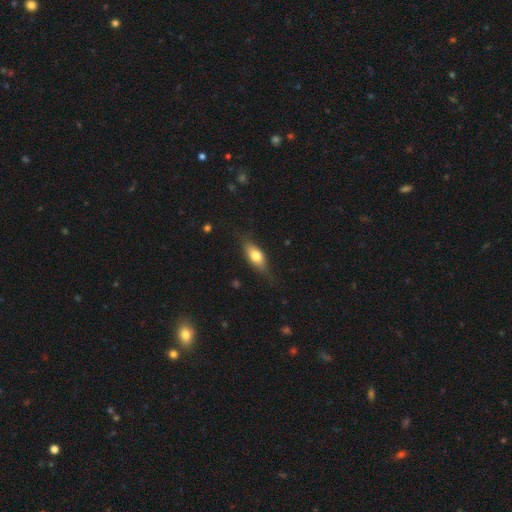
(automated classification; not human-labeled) A smooth galaxy with no disk features (70%) that is in between round and cigar-shaped (75%).

Vote fractions:
- Smooth or featured? smooth: 70% / featured or disk: 23% / star or artifact: 7%
- How rounded? in between: 75% / cigar-shaped: 20% / round: 5%
- Merging? none: 77% / minor disturbance: 18% / major disturbance: 4% / merger: 1%